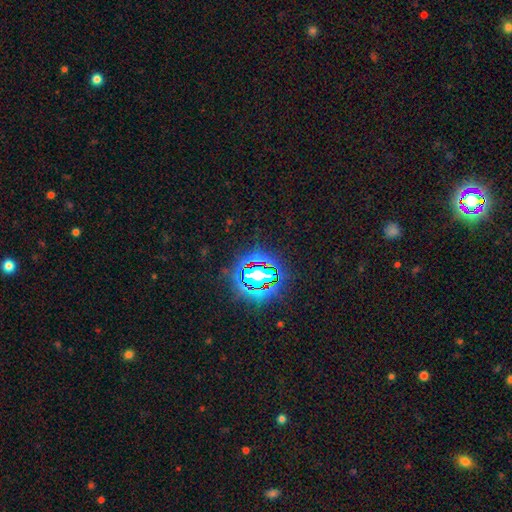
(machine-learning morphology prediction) smooth_or_featured: star or artifact (p=0.82) [alt: smooth p=0.11]